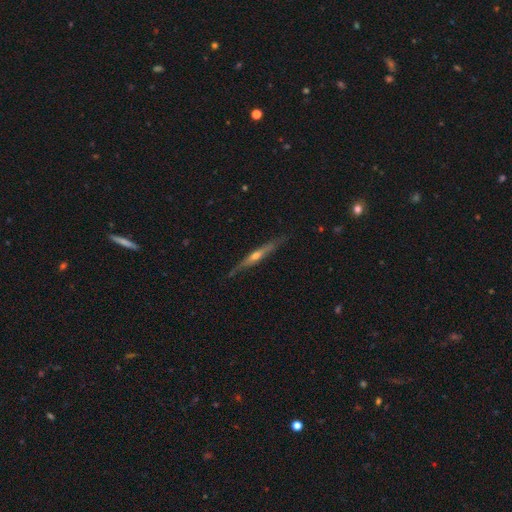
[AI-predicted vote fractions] The model was most divided on "smooth or featured": featured or disk: 74%, smooth: 20%, star or artifact: 6%. More confident: edge-on disk — yes (96%); merging — none (84%); edge-on bulge — rounded (83%).